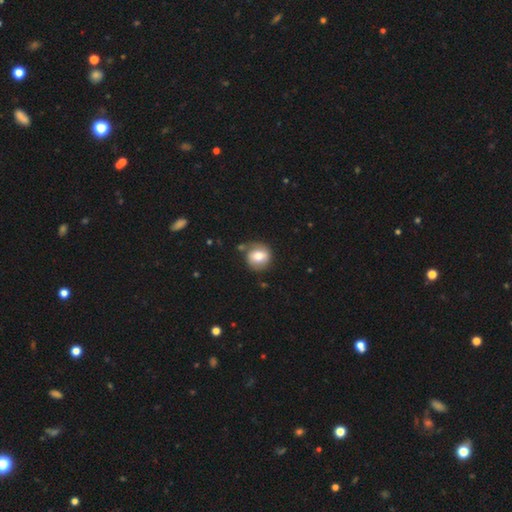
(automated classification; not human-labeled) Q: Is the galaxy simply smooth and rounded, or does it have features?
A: smooth — 69%.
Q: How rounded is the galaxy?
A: round — 86%.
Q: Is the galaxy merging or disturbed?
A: none — 70%.